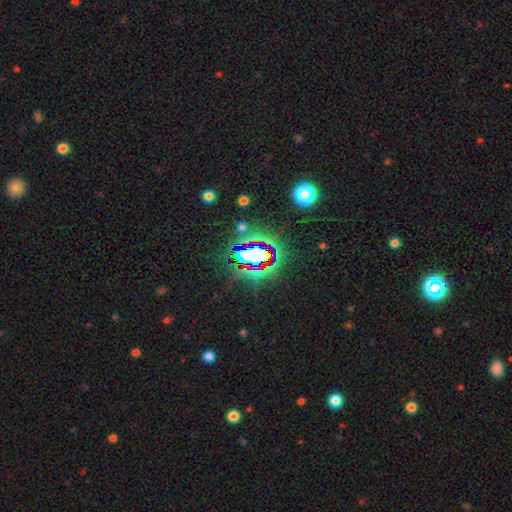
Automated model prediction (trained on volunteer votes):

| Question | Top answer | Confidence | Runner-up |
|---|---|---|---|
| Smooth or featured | star or artifact | 73% | smooth (15%) |